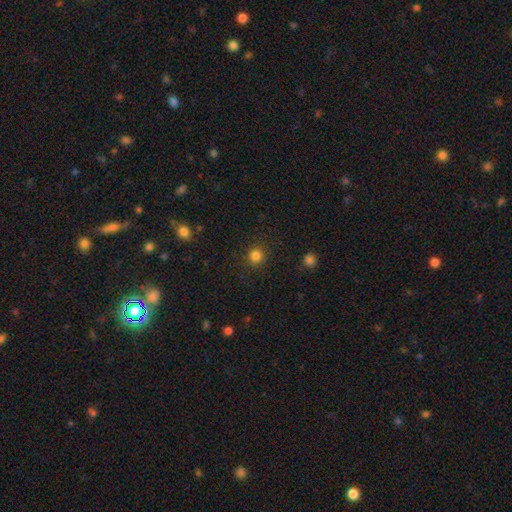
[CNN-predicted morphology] A smooth galaxy with no disk features (83%) that is round (92%).

Vote fractions:
- Smooth or featured? smooth: 83% / star or artifact: 13% / featured or disk: 4%
- How rounded? round: 92% / in between: 7% / cigar-shaped: 1%
- Merging? none: 89% / minor disturbance: 7% / major disturbance: 3% / merger: 1%